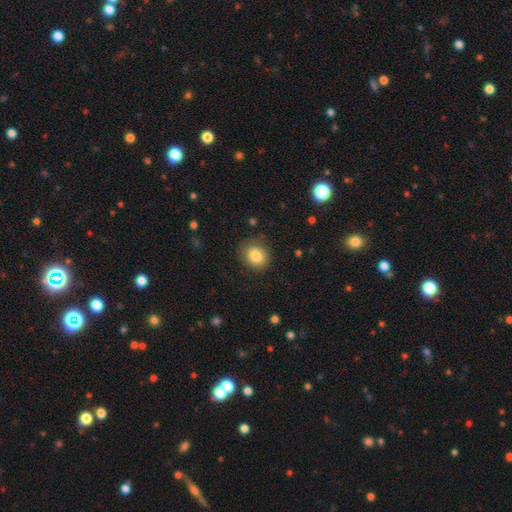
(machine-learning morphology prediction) Smooth or featured? smooth (83%)
How rounded? round (68%)
Merging? none (82%)